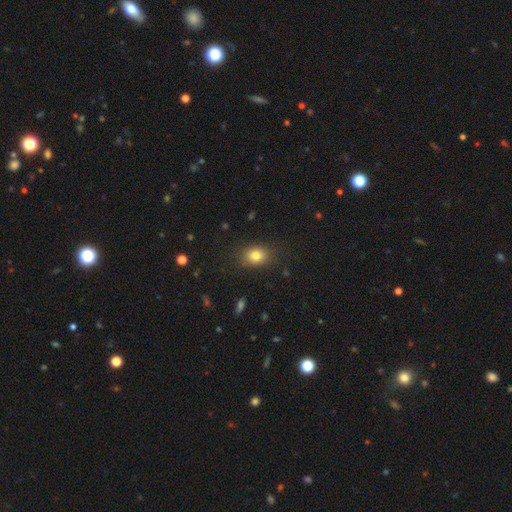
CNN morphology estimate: smooth-or-featured: smooth: 81% | star or artifact: 11% | featured or disk: 9%
  how-rounded: in between: 63% | round: 36% | cigar-shaped: 1%
  merging: none: 84% | minor disturbance: 11% | major disturbance: 3% | merger: 1%